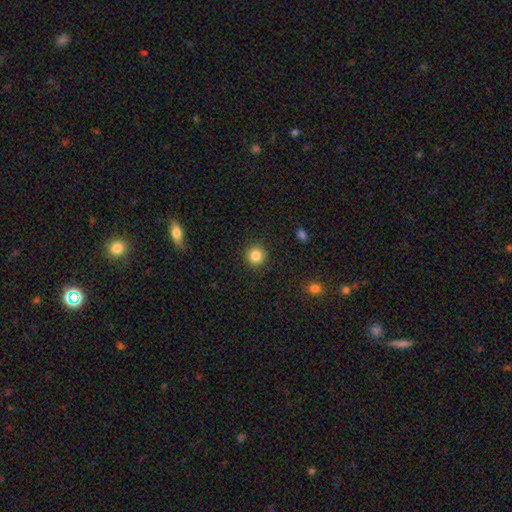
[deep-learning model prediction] A smooth galaxy with no disk features (85%) that is round (94%).

Vote fractions:
- Smooth or featured? smooth: 85% / star or artifact: 11% / featured or disk: 4%
- How rounded? round: 94% / in between: 5% / cigar-shaped: 1%
- Merging? none: 91% / minor disturbance: 5% / major disturbance: 2% / merger: 1%